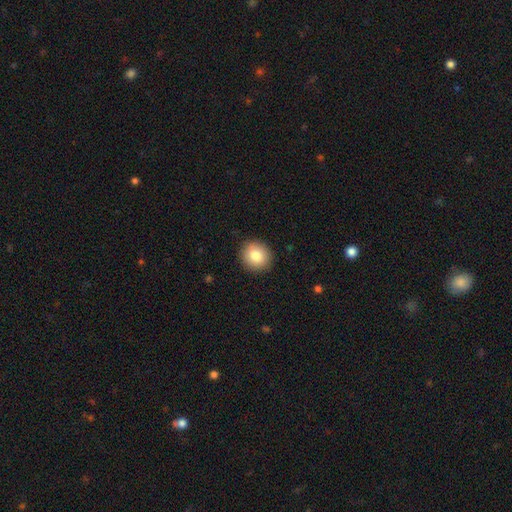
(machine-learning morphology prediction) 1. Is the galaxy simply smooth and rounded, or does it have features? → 83% smooth, 9% featured or disk, 8% star or artifact.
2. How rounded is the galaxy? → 87% round, 12% in between, 1% cigar-shaped.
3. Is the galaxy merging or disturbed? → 91% none, 6% minor disturbance, 2% major disturbance, 1% merger.